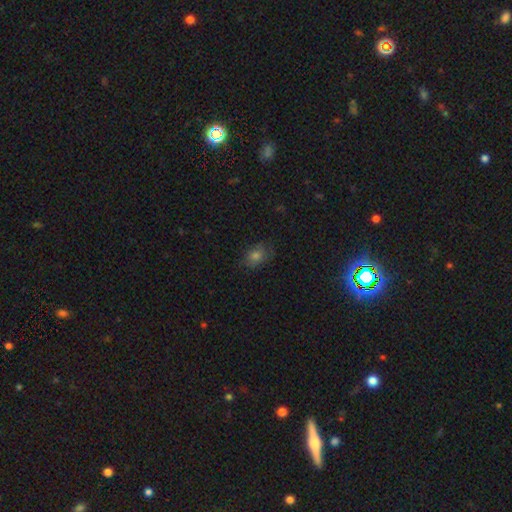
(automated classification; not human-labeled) This appears to be a smooth galaxy with no disk features (68%) that is in between round and cigar-shaped (63%). Merging: none (75%).